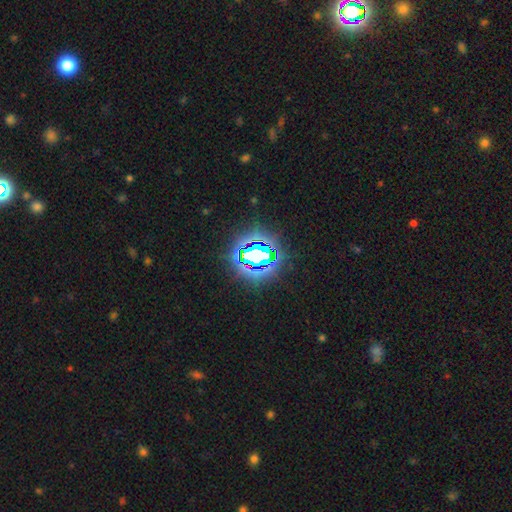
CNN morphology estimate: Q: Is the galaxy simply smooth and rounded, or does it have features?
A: star or artifact — 74%.